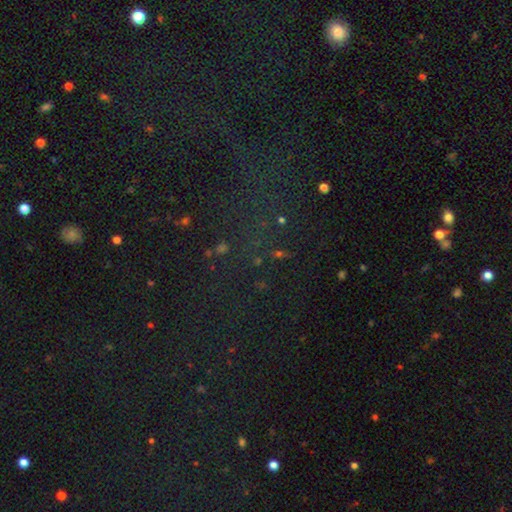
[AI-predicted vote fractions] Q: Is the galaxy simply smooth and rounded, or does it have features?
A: star or artifact — 74%.